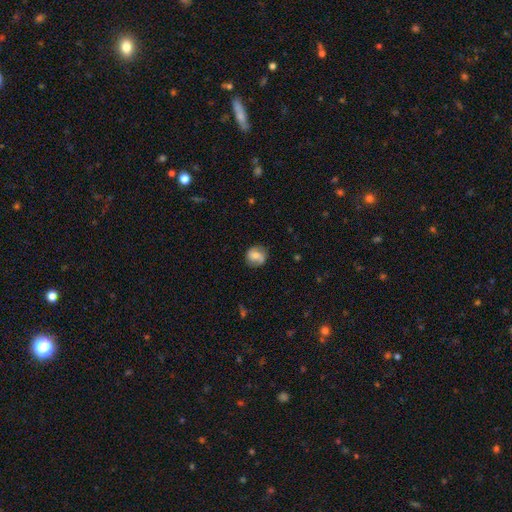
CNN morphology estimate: Q: Smooth or featured?
A: smooth (48%); runner-up: featured or disk (44%)
Q: Merging?
A: none (76%); runner-up: minor disturbance (17%)